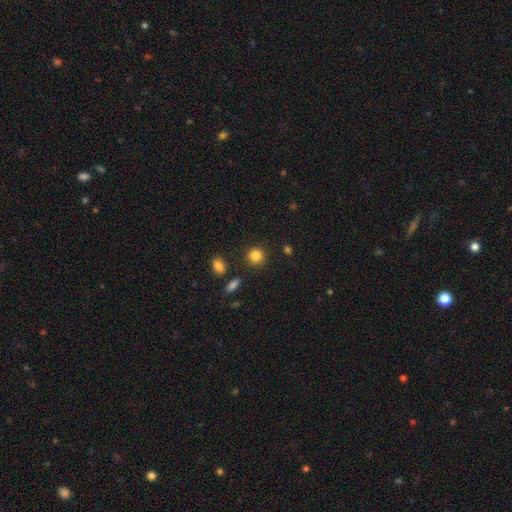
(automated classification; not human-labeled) smooth 85%, star or artifact 11%, featured or disk 5%. Down the decision tree: how rounded — round (90%); merging — none (88%).